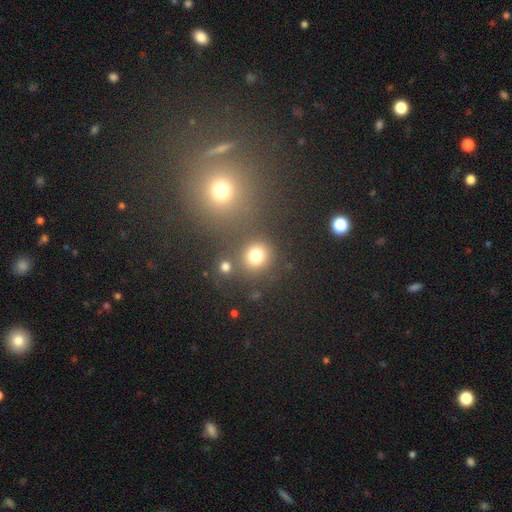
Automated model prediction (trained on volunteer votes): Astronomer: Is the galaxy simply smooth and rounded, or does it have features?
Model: smooth — 75%.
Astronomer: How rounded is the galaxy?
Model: round — 87%.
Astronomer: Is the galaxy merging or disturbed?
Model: none — 76%.